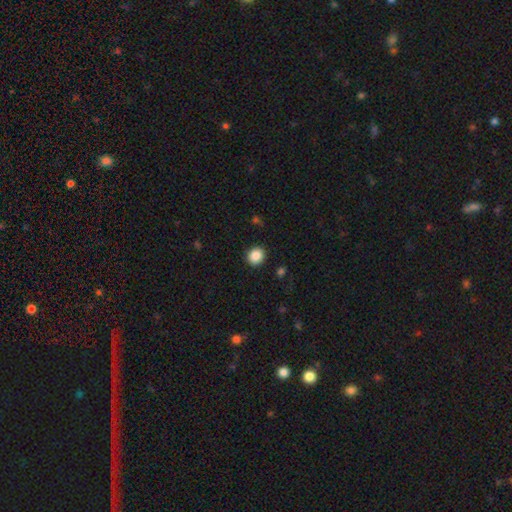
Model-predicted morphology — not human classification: smooth 87%, star or artifact 10%, featured or disk 4%. Down the decision tree: how rounded — round (86%); merging — none (91%).